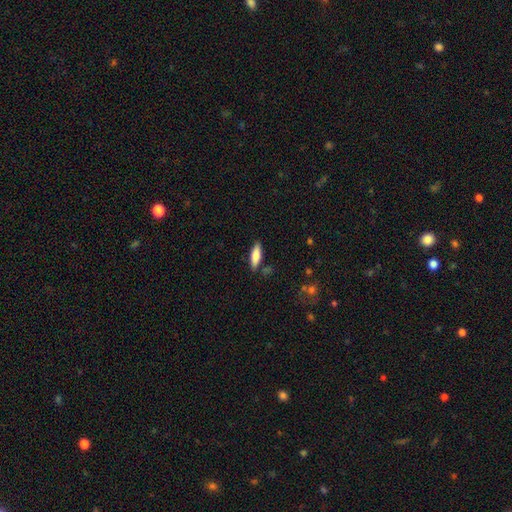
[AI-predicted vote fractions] This appears to be a smooth galaxy with no disk features (78%) that is cigar-shaped (51%). Merging: none (82%).